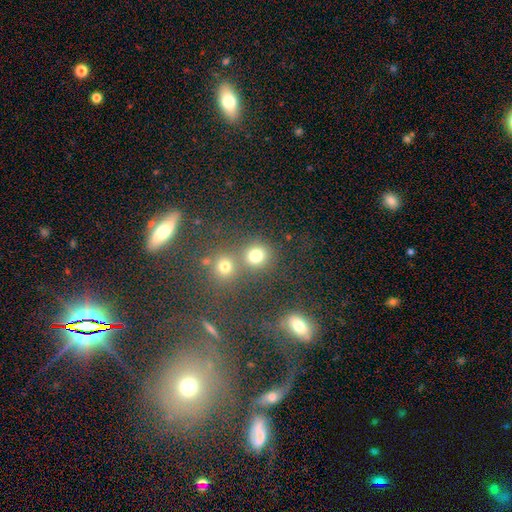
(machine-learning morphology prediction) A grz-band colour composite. It shows a smooth galaxy with no disk features (75%) that is round (86%). Merging: none (56%).